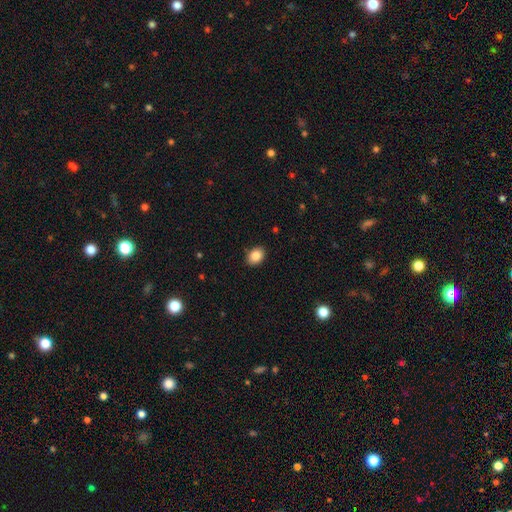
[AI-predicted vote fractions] A smooth galaxy with no disk features (86%) that is in between round and cigar-shaped (71%).

Vote fractions:
- Smooth or featured? smooth: 86% / star or artifact: 8% / featured or disk: 6%
- How rounded? in between: 71% / round: 28% / cigar-shaped: 1%
- Merging? none: 89% / minor disturbance: 8% / major disturbance: 2% / merger: 1%